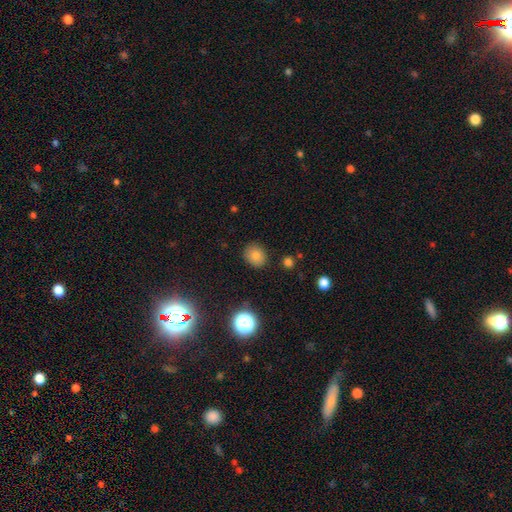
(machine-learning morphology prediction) Smooth or featured? smooth (79%)
How rounded? round (67%)
Merging? none (86%)